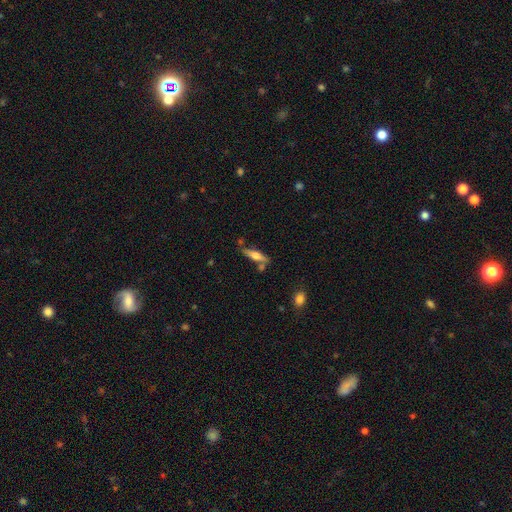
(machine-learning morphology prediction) Smooth or featured: featured or disk — 53% (smooth — 41%)
Edge-on disk: yes — 92% (no — 8%)
Merging: none — 70% (minor disturbance — 15%)